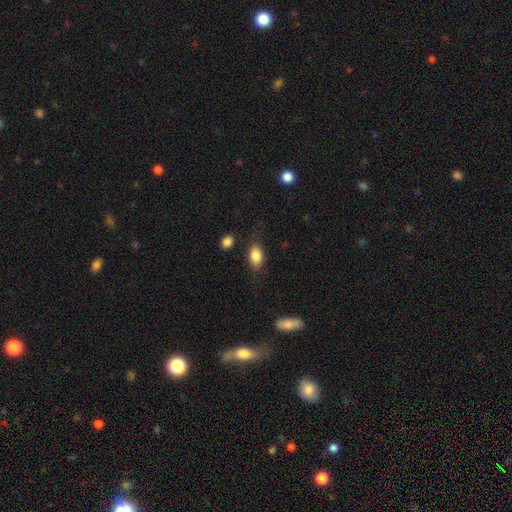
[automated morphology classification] Overall: smooth (84%). How rounded: in between (86%). Merging: none (78%).